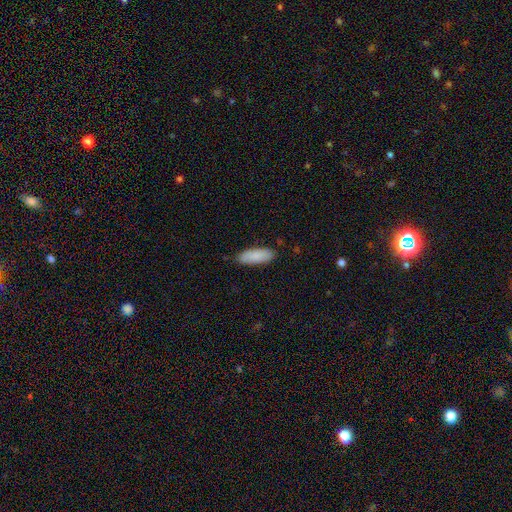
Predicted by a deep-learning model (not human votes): This appears to be a smooth galaxy with no disk features (88%) that is in between round and cigar-shaped (66%). Merging: none (85%).